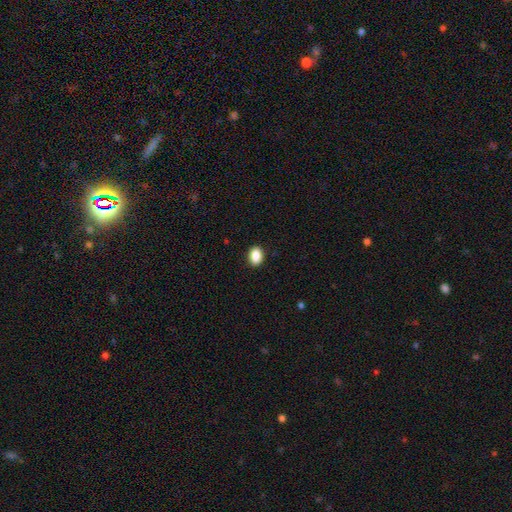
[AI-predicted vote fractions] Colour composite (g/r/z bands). It shows a smooth galaxy with no disk features (88%) that is in between round and cigar-shaped (76%). Merging: none (91%).